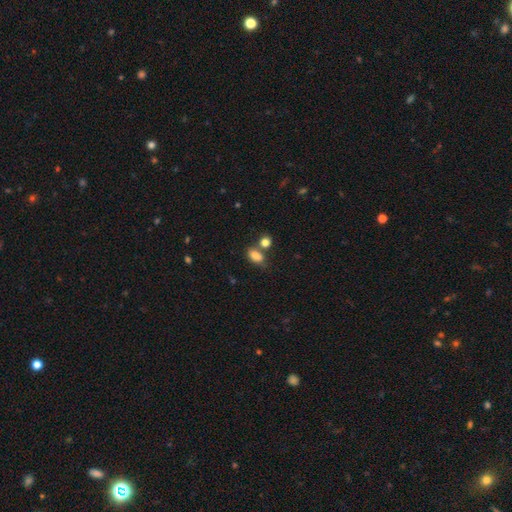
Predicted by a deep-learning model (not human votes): Smooth or featured?
  - smooth: 82% *
  - star or artifact: 10%
  - featured or disk: 8%
How rounded?
  - in between: 84% *
  - round: 12%
  - cigar-shaped: 4%
Merging?
  - none: 51% *
  - merger: 28%
  - minor disturbance: 16%
  - major disturbance: 6%